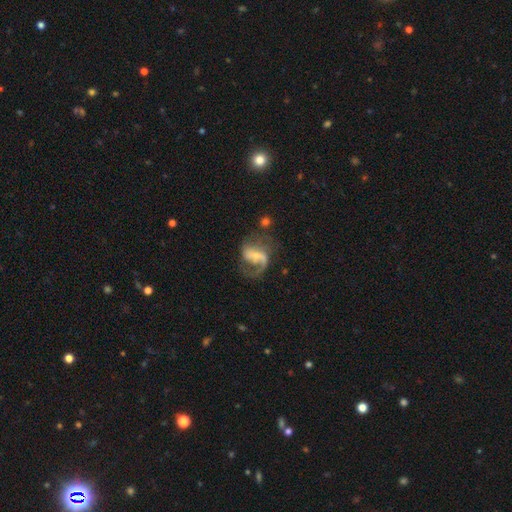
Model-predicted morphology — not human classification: smooth-or-featured: featured or disk: 80% | smooth: 14% | star or artifact: 7%
  disk-edge-on: no: 98% | yes: 2%
    bar: weak: 46% | no: 28% | strong: 26%
    has-spiral-arms: yes: 91% | no: 9%
      spiral-winding: loose: 49% | medium: 41% | tight: 11%
      spiral-arm-count: 2: 51% | 1: 40% | can't tell: 5% | 3: 2% | 4: 1% | more than 4: 1%
    bulge-size: small: 53% | moderate: 25% | none: 17% | large: 4% | dominant: 1%
  merging: none: 43% | major disturbance: 33% | minor disturbance: 19% | merger: 5%